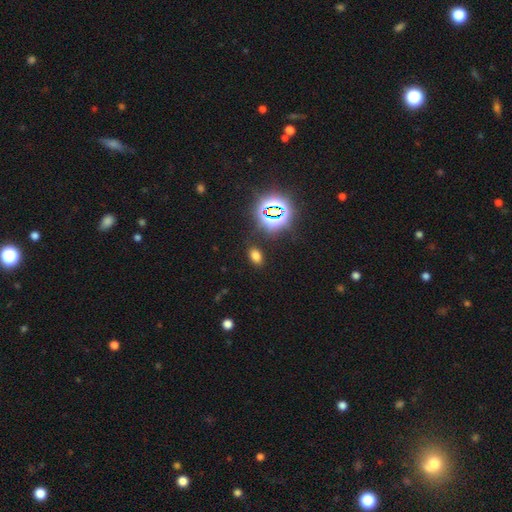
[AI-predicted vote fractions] smooth 66%, star or artifact 28%, featured or disk 6%. Down the decision tree: how rounded — in between (86%); merging — none (86%).